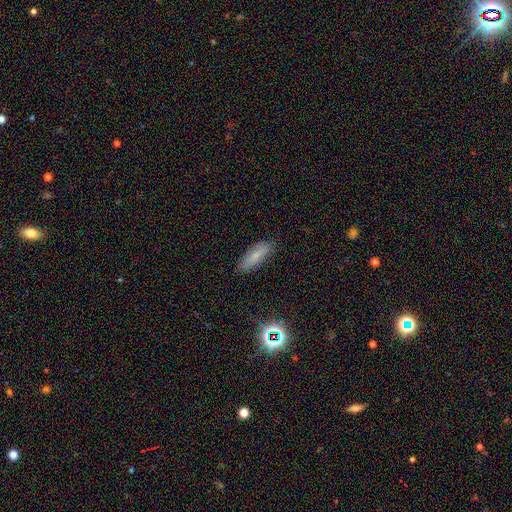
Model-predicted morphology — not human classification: A smooth galaxy with no disk features (72%) that is in between round and cigar-shaped (51%).

Vote fractions:
- Smooth or featured? smooth: 72% / featured or disk: 17% / star or artifact: 11%
- How rounded? in between: 51% / cigar-shaped: 46% / round: 3%
- Merging? none: 82% / minor disturbance: 14% / major disturbance: 3% / merger: 1%